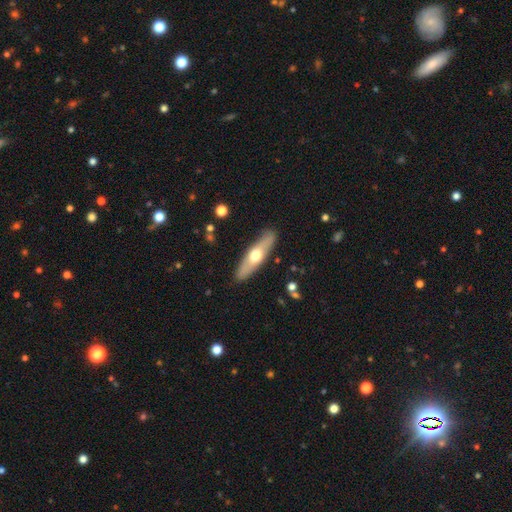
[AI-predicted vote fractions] Smooth or featured?
  - smooth: 48% *
  - featured or disk: 47%
  - star or artifact: 5%
Merging?
  - none: 89% *
  - minor disturbance: 8%
  - major disturbance: 2%
  - merger: 1%